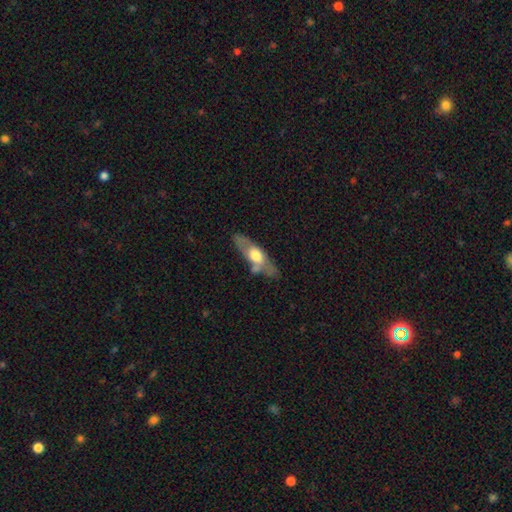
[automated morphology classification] Q: Smooth or featured?
A: featured or disk (55%); runner-up: smooth (40%)
Q: Edge-on disk?
A: yes (54%); runner-up: no (46%)
Q: Merging?
A: none (60%); runner-up: minor disturbance (23%)